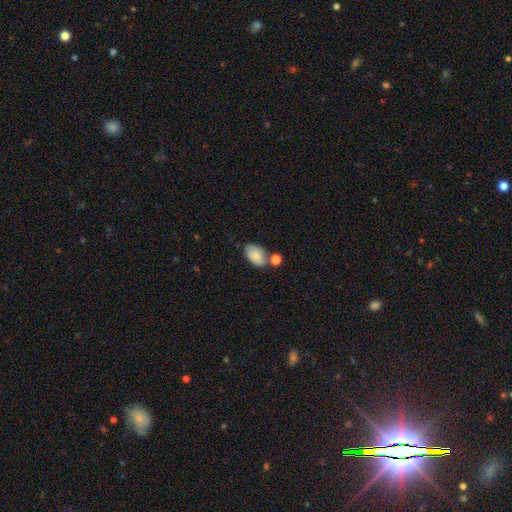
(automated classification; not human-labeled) smooth 78%, featured or disk 15%, star or artifact 8%. Down the decision tree: how rounded — in between (91%); merging — none (51%).